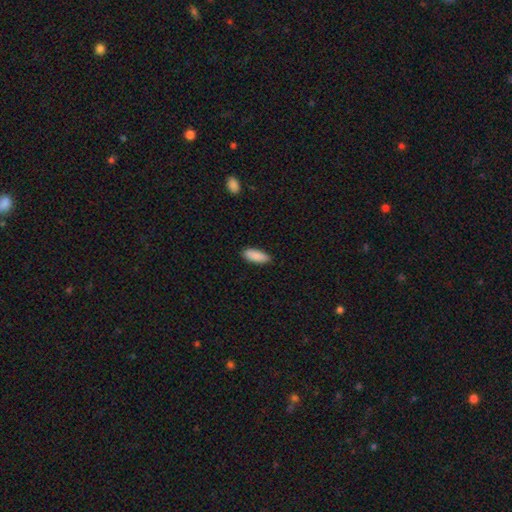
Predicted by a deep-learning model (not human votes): Smooth or featured? Predicted: smooth (p=0.90). How rounded? Predicted: in between (p=0.73). Merging? Predicted: none (p=0.88).